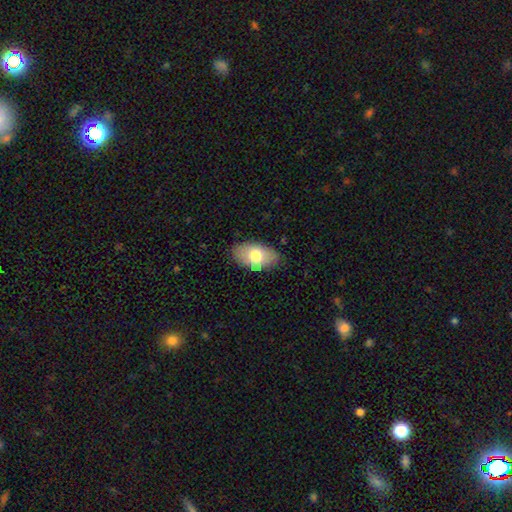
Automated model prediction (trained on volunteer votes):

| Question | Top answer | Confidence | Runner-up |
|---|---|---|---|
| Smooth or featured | smooth | 74% | featured or disk (19%) |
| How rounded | in between | 93% | round (5%) |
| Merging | none | 80% | minor disturbance (16%) |